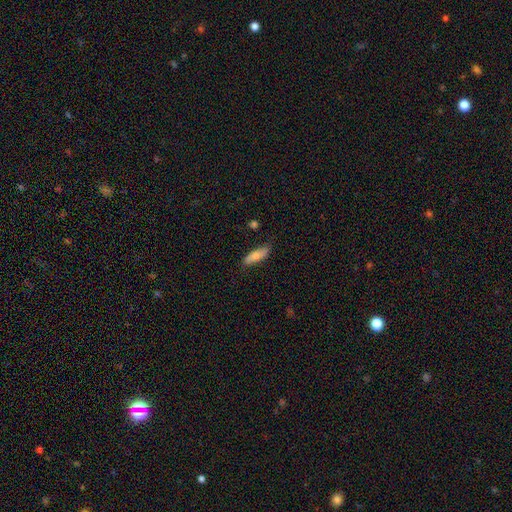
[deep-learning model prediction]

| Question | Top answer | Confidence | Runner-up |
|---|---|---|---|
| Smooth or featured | smooth | 75% | featured or disk (19%) |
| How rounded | in between | 51% | cigar-shaped (47%) |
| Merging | none | 76% | minor disturbance (19%) |